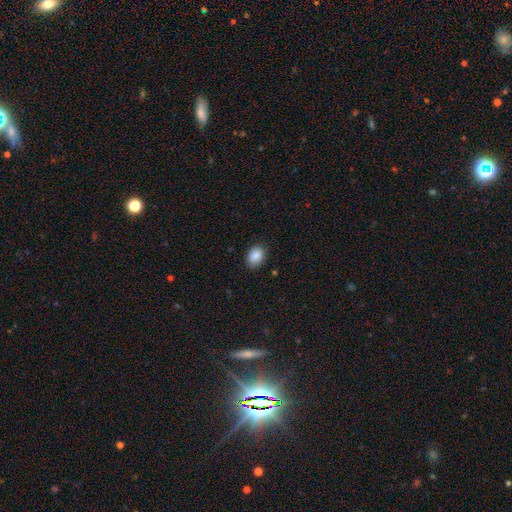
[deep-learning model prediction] Smooth or featured? smooth (87%)
How rounded? in between (75%)
Merging? none (85%)